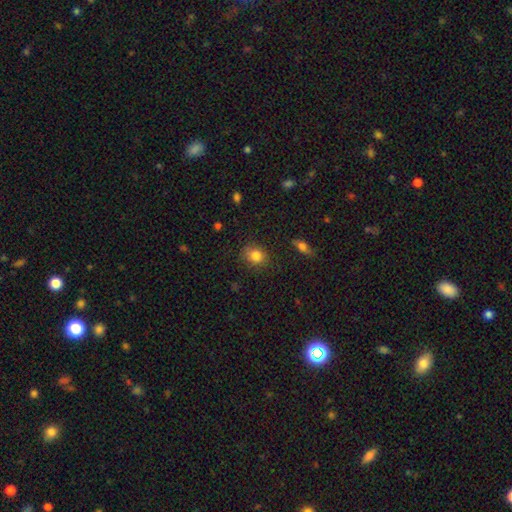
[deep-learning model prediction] smooth-or-featured: smooth: 83% | star or artifact: 10% | featured or disk: 7%
  how-rounded: round: 62% | in between: 37% | cigar-shaped: 1%
  merging: none: 79% | minor disturbance: 15% | major disturbance: 4% | merger: 2%